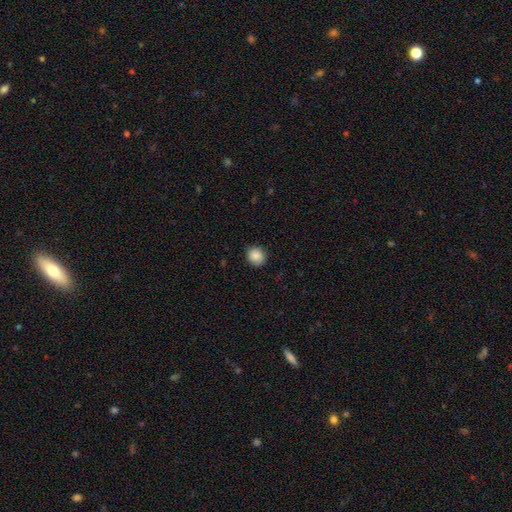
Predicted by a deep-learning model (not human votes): Smooth or featured? smooth (88%)
How rounded? round (80%)
Merging? none (88%)